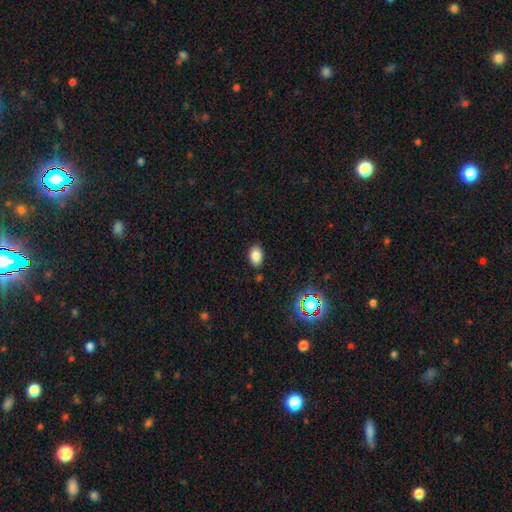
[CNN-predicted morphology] Smooth or featured? smooth (83%)
How rounded? in between (86%)
Merging? none (84%)